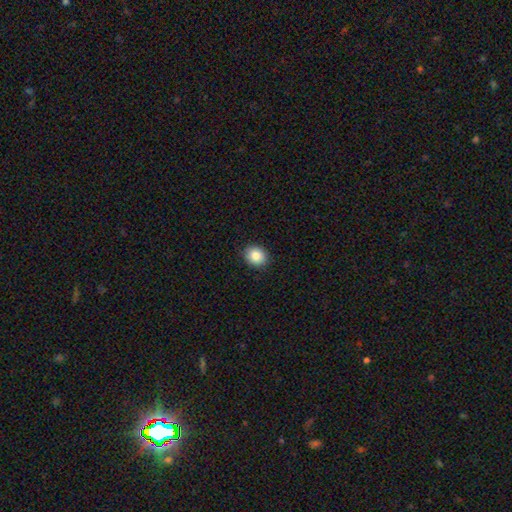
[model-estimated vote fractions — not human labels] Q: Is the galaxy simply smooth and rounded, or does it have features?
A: smooth — 86%.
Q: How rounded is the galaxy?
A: round — 72%.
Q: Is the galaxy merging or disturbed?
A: none — 90%.